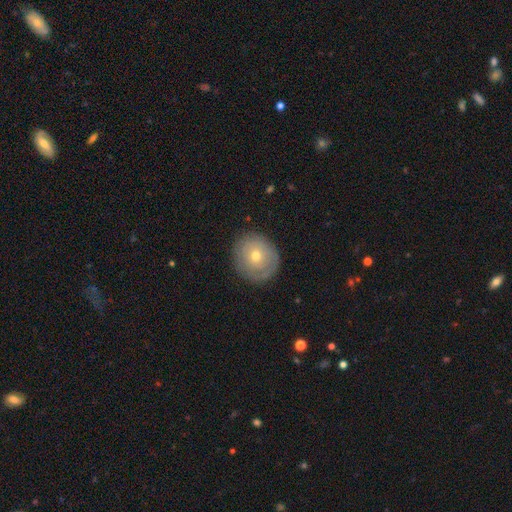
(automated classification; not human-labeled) A smooth galaxy with no disk features (58%) that is round (83%).

Vote fractions:
- Smooth or featured? smooth: 58% / featured or disk: 34% / star or artifact: 9%
- How rounded? round: 83% / in between: 16% / cigar-shaped: 1%
- Merging? none: 82% / minor disturbance: 13% / major disturbance: 4% / merger: 1%